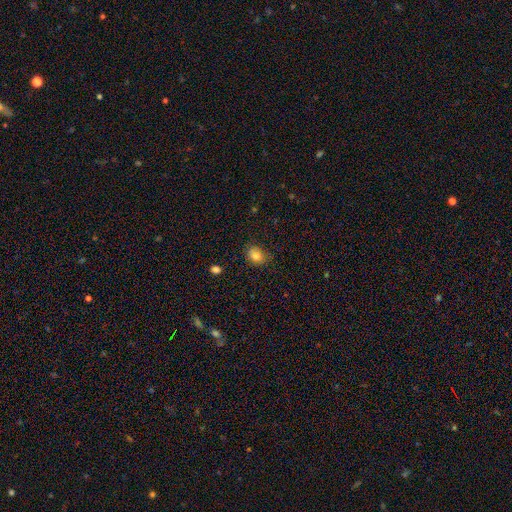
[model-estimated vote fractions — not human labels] Smooth or featured? smooth (80%)
How rounded? in between (63%)
Merging? none (74%)